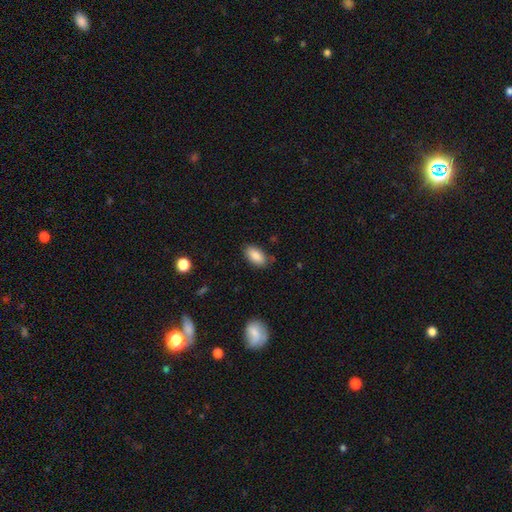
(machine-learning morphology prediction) Overall: smooth (87%). How rounded: in between (93%). Merging: none (82%).